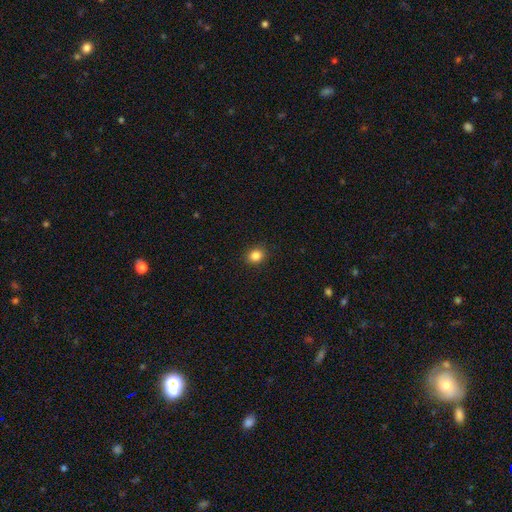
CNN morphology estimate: smooth_or_featured: smooth (p=0.84) [alt: star or artifact p=0.11]
how_rounded: round (p=0.71) [alt: in between p=0.29]
merging: none (p=0.91) [alt: minor disturbance p=0.06]